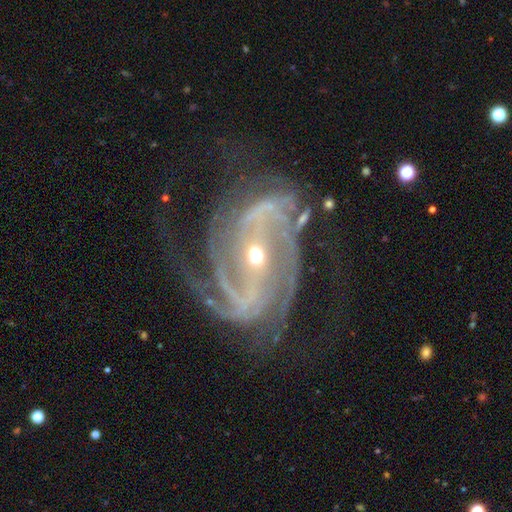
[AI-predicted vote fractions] Morphology: type=featured or disk (91%); edge-on=no (97%); bar=strong (37%); spiral arms=yes (97%); winding=medium (46%); arm count=2 (46%); bulge=small (59%); merging=none (59%).